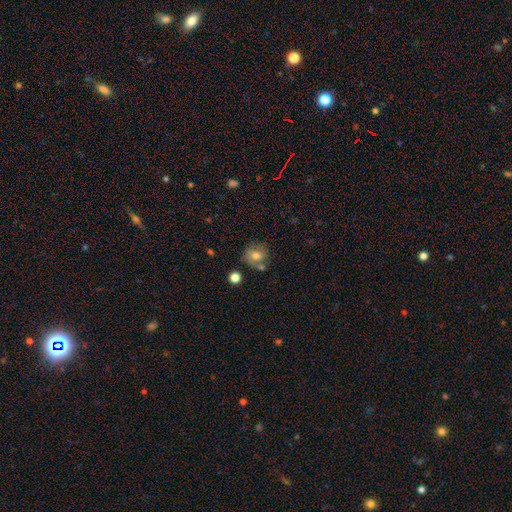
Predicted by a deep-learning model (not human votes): Smooth or featured? smooth (61%)
How rounded? round (74%)
Merging? none (57%)